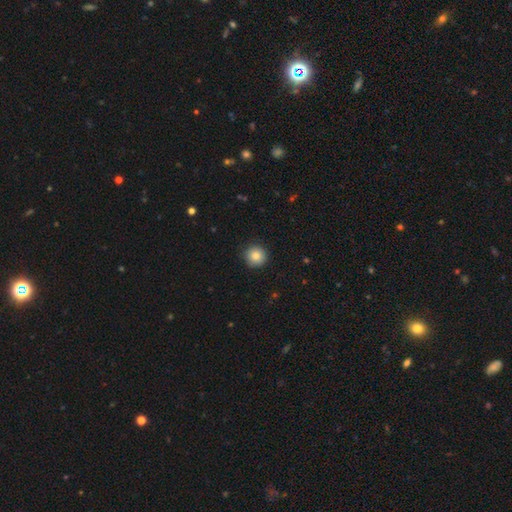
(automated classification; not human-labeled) smooth_or_featured: smooth (p=0.83) [alt: star or artifact p=0.09]
how_rounded: round (p=0.96) [alt: in between p=0.03]
merging: none (p=0.91) [alt: minor disturbance p=0.06]